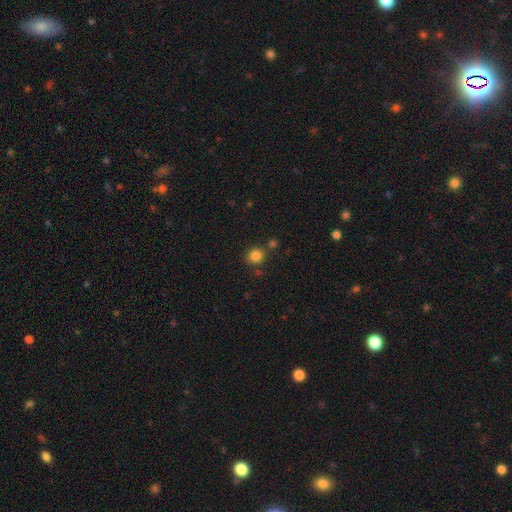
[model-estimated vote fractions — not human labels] Overall: smooth (84%). How rounded: round (81%). Merging: none (78%).